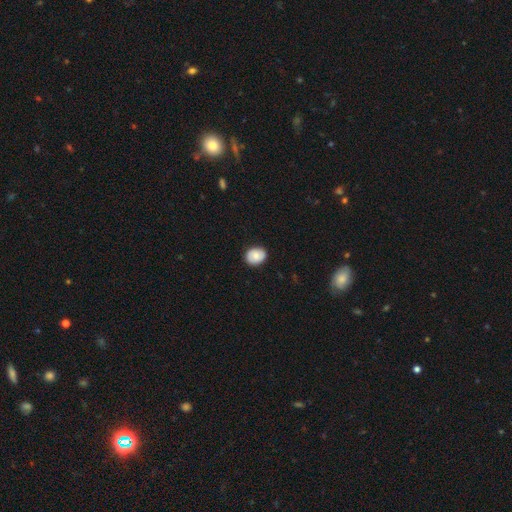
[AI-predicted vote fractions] The model was most divided on "how rounded": in between: 50%, round: 49%, cigar-shaped: 1%. More confident: merging — none (86%); smooth or featured — smooth (72%).